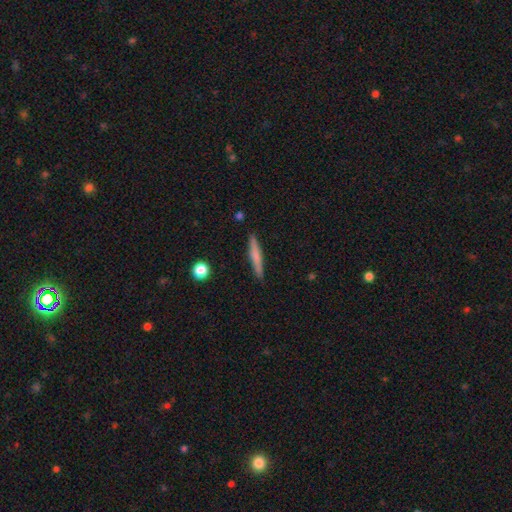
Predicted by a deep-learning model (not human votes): Smooth or featured? smooth (58%)
How rounded? cigar-shaped (93%)
Merging? none (89%)